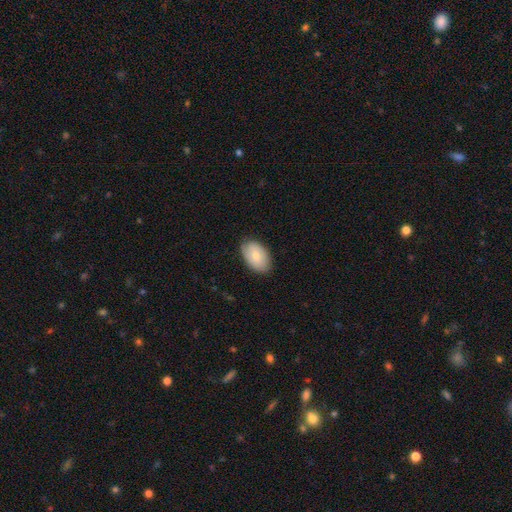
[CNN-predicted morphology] Q: Smooth or featured?
A: smooth (74%); runner-up: featured or disk (20%)
Q: How rounded?
A: in between (92%); runner-up: round (7%)
Q: Merging?
A: none (82%); runner-up: minor disturbance (15%)